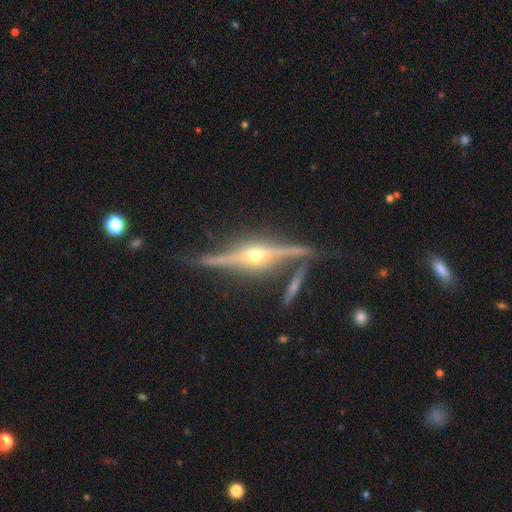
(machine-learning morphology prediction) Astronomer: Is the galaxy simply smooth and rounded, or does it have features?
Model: featured or disk — 87%.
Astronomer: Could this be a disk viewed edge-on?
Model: yes — 95%.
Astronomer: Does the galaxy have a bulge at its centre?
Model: rounded — 95%.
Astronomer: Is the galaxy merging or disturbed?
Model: none — 77%.